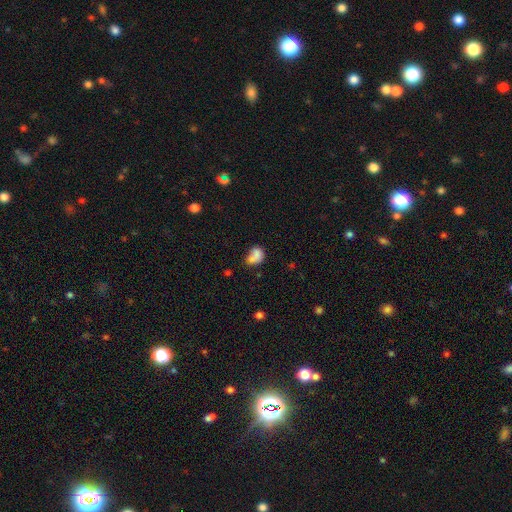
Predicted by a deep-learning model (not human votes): Overall: smooth (74%). How rounded: in between (64%; round 34%). Merging: merger (39%; none 30%).